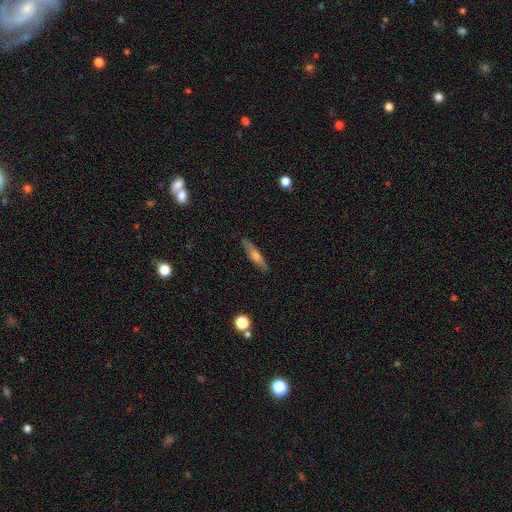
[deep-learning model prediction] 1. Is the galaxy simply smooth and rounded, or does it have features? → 49% featured or disk, 44% smooth, 7% star or artifact.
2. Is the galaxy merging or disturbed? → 88% none, 9% minor disturbance, 2% major disturbance, 1% merger.